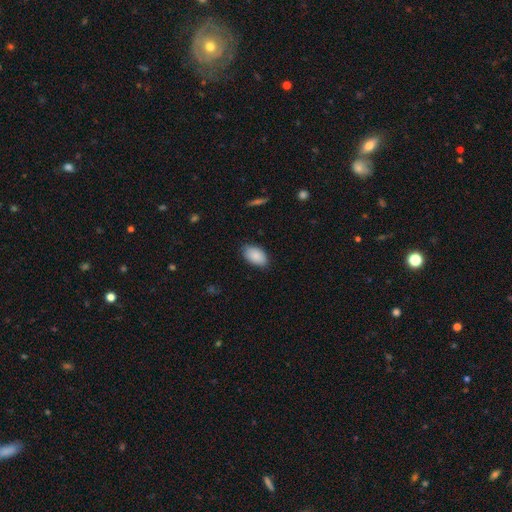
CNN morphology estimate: Smooth or featured? Predicted: smooth (p=0.89). How rounded? Predicted: in between (p=0.94). Merging? Predicted: none (p=0.84).